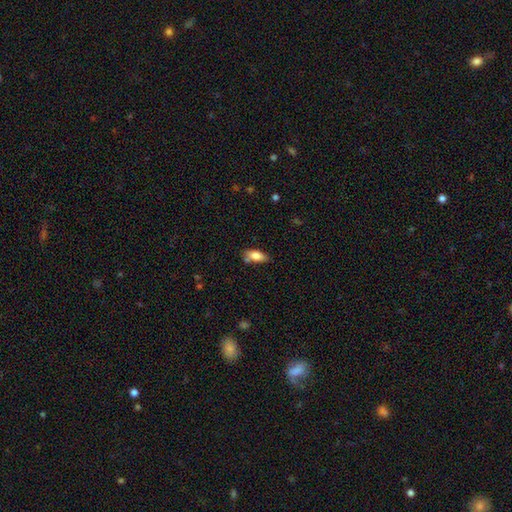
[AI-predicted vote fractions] Smooth or featured? smooth (79%)
How rounded? in between (83%)
Merging? none (70%)